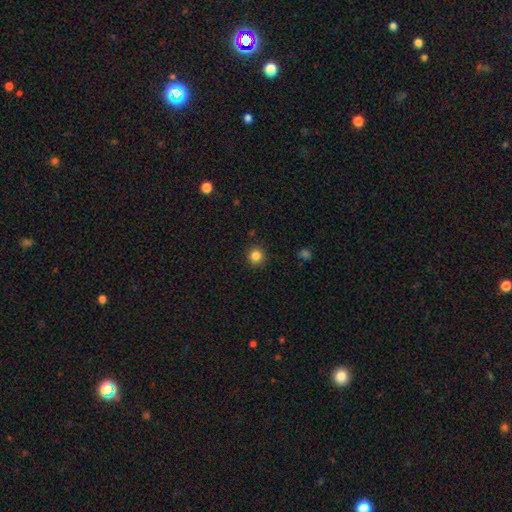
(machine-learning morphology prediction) Smooth or featured? Predicted: smooth (p=0.84). How rounded? Predicted: round (p=0.93). Merging? Predicted: none (p=0.91).